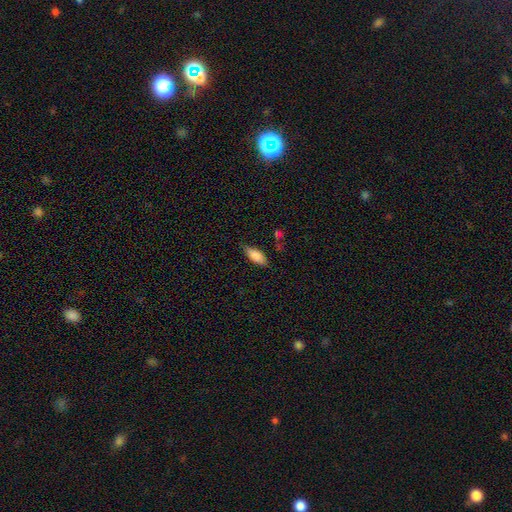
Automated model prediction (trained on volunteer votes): Morphology: type=smooth (84%); roundness=in between (82%); merging=none (75%).